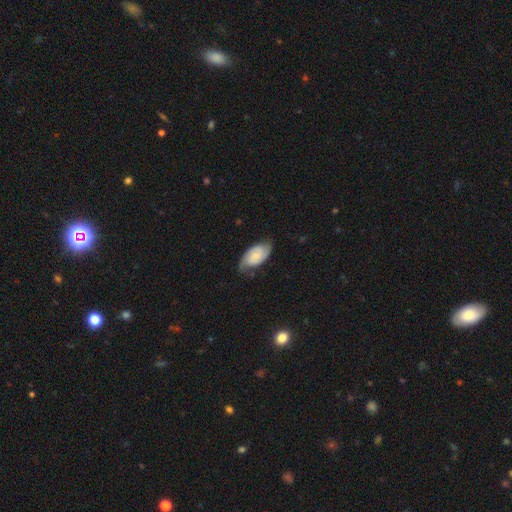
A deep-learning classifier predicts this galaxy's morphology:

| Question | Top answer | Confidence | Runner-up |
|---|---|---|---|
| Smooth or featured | featured or disk | 61% | smooth (33%) |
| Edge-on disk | no | 95% | yes (5%) |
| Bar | no | 63% | weak (30%) |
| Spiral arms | yes | 91% | no (9%) |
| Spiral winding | tight | 45% | medium (39%) |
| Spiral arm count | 2 | 82% | can't tell (11%) |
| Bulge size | small | 57% | moderate (26%) |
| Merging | none | 67% | minor disturbance (25%) |